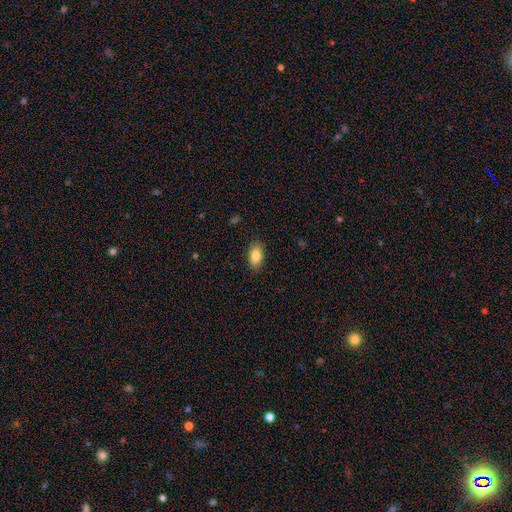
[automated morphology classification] Smooth or featured: smooth — 84% (featured or disk — 8%)
How rounded: in between — 91% (round — 6%)
Merging: none — 86% (minor disturbance — 11%)